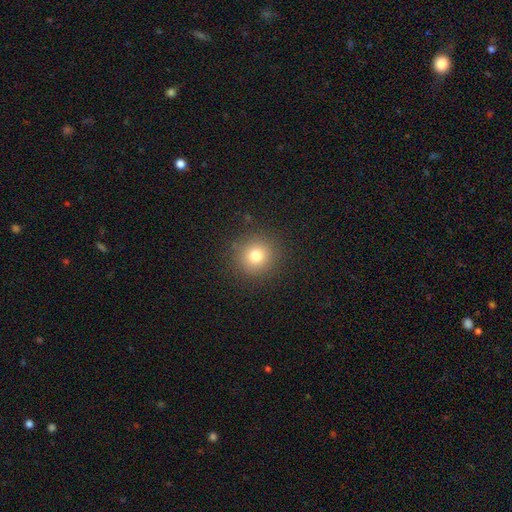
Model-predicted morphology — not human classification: The model was most divided on "smooth or featured": smooth: 78%, star or artifact: 14%, featured or disk: 9%. More confident: how rounded — round (94%); merging — none (89%).